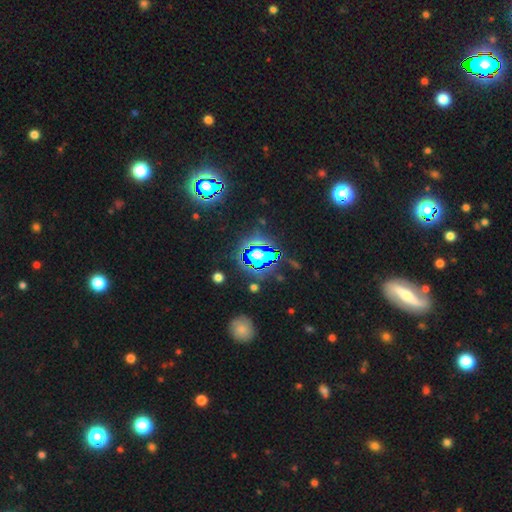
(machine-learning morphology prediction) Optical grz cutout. It shows a star or artifact, not a galaxy (65%).